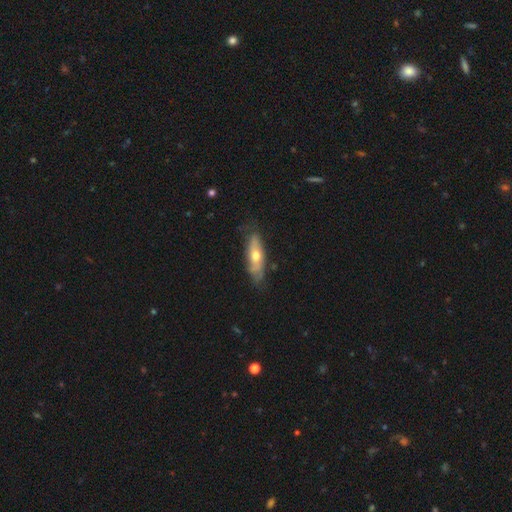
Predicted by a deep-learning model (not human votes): smooth-or-featured: featured or disk: 51% | smooth: 44% | star or artifact: 6%
  disk-edge-on: no: 54% | yes: 46%
  merging: none: 68% | minor disturbance: 25% | major disturbance: 6% | merger: 2%